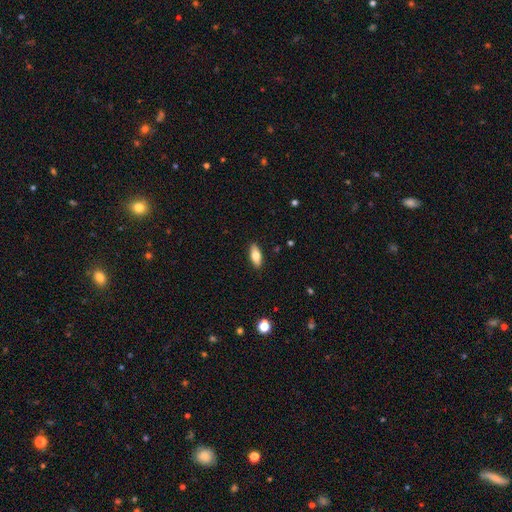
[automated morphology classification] Smooth or featured?
  - smooth: 75% *
  - featured or disk: 19%
  - star or artifact: 7%
How rounded?
  - in between: 80% *
  - cigar-shaped: 18%
  - round: 3%
Merging?
  - none: 89% *
  - minor disturbance: 8%
  - major disturbance: 2%
  - merger: 1%